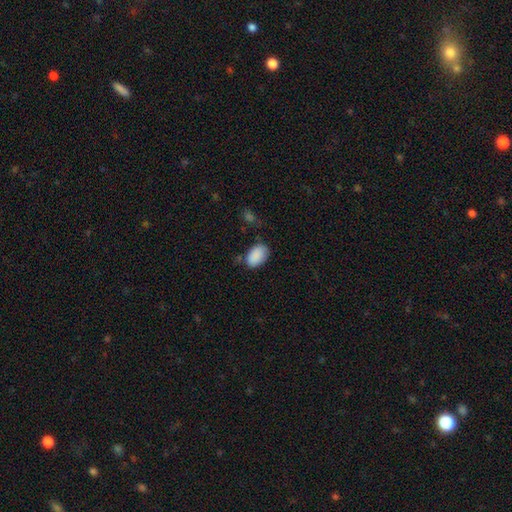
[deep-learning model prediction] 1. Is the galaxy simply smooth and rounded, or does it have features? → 89% smooth, 7% star or artifact, 4% featured or disk.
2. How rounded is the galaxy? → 91% in between, 8% round, 1% cigar-shaped.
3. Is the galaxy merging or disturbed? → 68% none, 22% minor disturbance, 6% major disturbance, 4% merger.